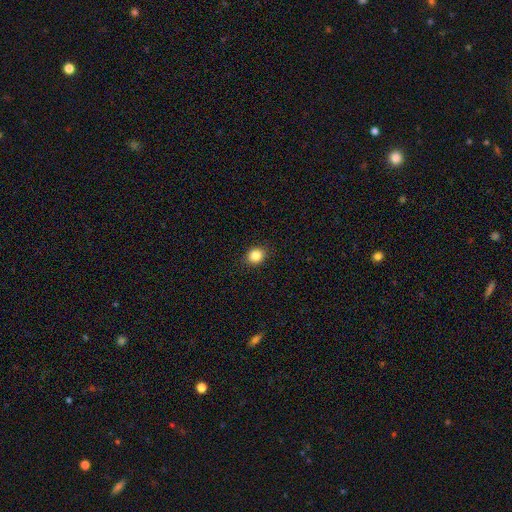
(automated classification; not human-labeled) smooth 86%, star or artifact 10%, featured or disk 4%. Down the decision tree: how rounded — round (73%); merging — none (90%).